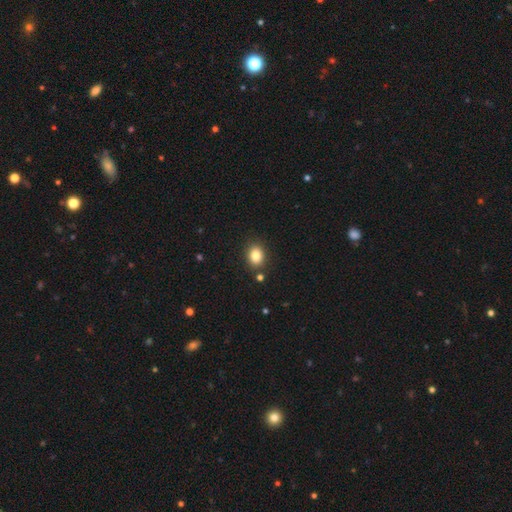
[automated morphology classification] Smooth or featured? Predicted: smooth (p=0.85). How rounded? Predicted: in between (p=0.58). Merging? Predicted: none (p=0.85).